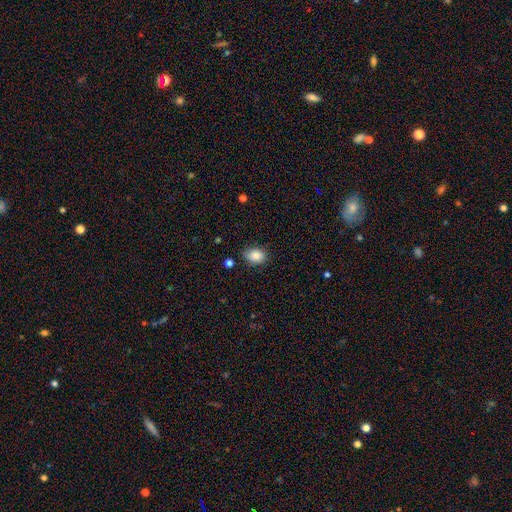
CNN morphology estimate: Smooth or featured?
  - smooth: 87% *
  - star or artifact: 9%
  - featured or disk: 4%
How rounded?
  - in between: 72% *
  - round: 27%
  - cigar-shaped: 1%
Merging?
  - none: 78% *
  - minor disturbance: 17%
  - major disturbance: 3%
  - merger: 2%